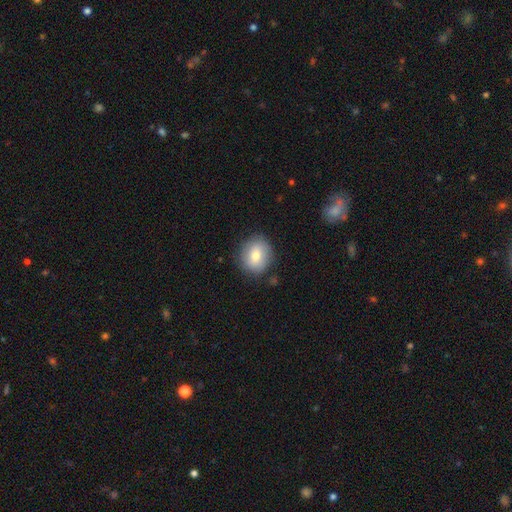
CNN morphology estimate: Q: Smooth or featured?
A: smooth (74%); runner-up: featured or disk (18%)
Q: How rounded?
A: round (79%); runner-up: in between (20%)
Q: Merging?
A: none (83%); runner-up: minor disturbance (12%)